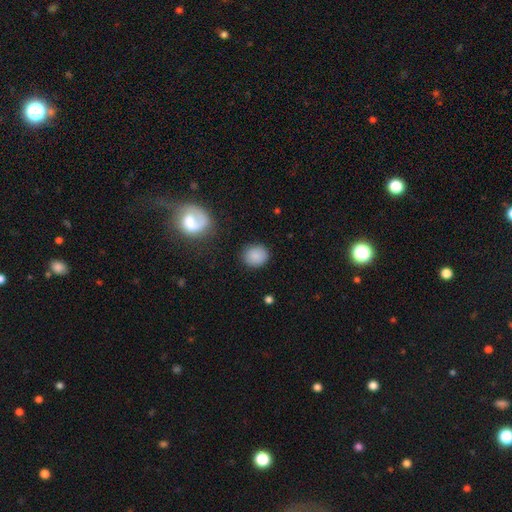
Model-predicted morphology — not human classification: This is clearly a smooth galaxy (85%). How rounded: likely round (74%). Merging: clearly none (87%).